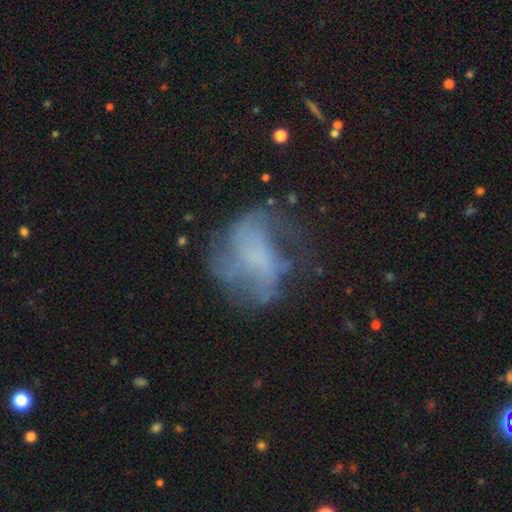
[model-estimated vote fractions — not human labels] smooth-or-featured: featured or disk: 62% | smooth: 24% | star or artifact: 14%
  disk-edge-on: no: 97% | yes: 3%
    bar: no: 69% | weak: 23% | strong: 8%
    has-spiral-arms: yes: 63% | no: 37%
    bulge-size: none: 68% | small: 13% | moderate: 10% | large: 7% | dominant: 2%
  merging: none: 46% | major disturbance: 29% | minor disturbance: 22% | merger: 3%